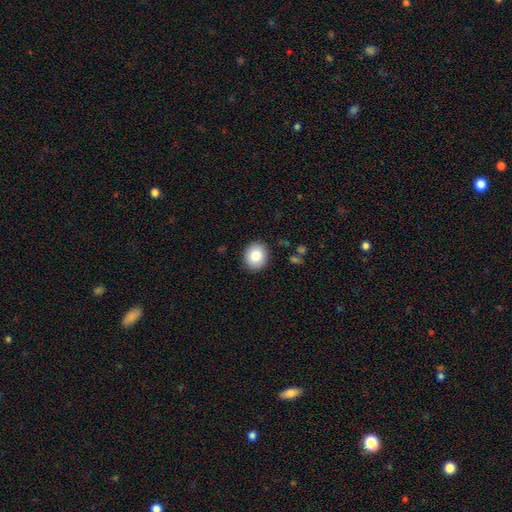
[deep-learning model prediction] Overall: smooth (83%). How rounded: round (74%). Merging: none (90%).